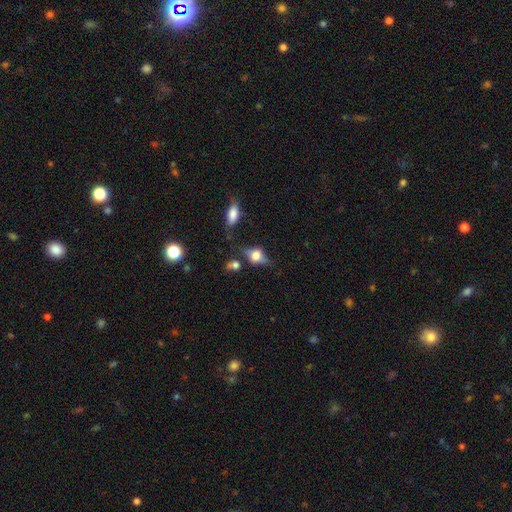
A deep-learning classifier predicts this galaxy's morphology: This appears to be a smooth galaxy with no disk features (47%). Merging: none (56%).